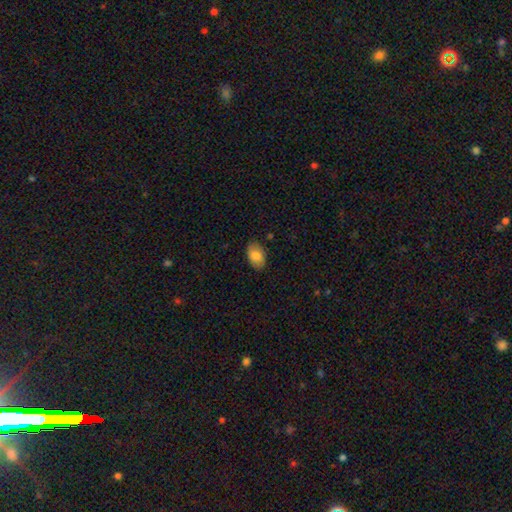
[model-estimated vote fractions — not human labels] This appears to be a smooth galaxy with no disk features (81%) that is in between round and cigar-shaped (90%). Merging: none (84%).